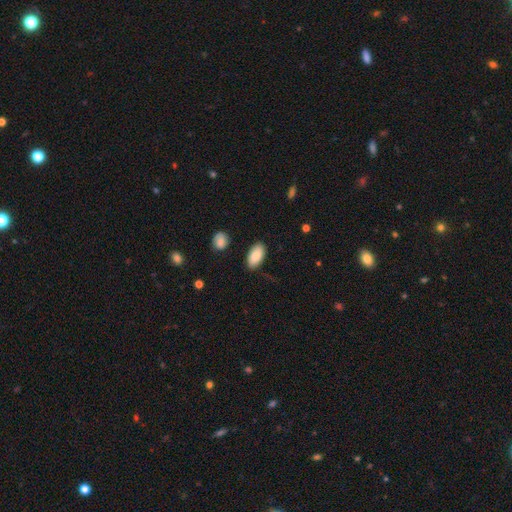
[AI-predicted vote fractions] Smooth or featured?
  - smooth: 87% *
  - star or artifact: 6%
  - featured or disk: 6%
How rounded?
  - in between: 94% *
  - cigar-shaped: 3%
  - round: 2%
Merging?
  - none: 84% *
  - minor disturbance: 11%
  - major disturbance: 3%
  - merger: 2%